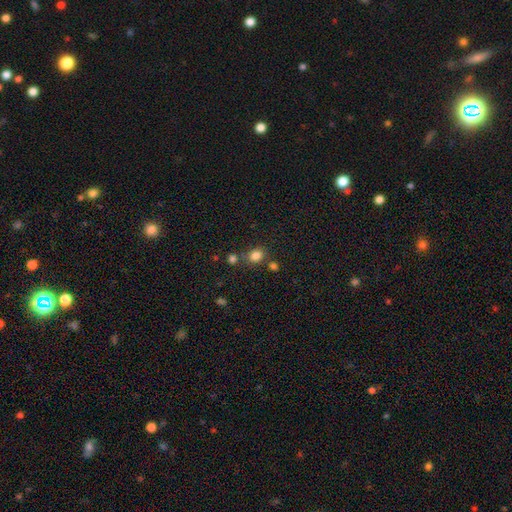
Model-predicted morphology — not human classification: Smooth or featured: smooth — 81% (star or artifact — 13%)
How rounded: round — 55% (in between — 44%)
Merging: none — 71% (merger — 13%)